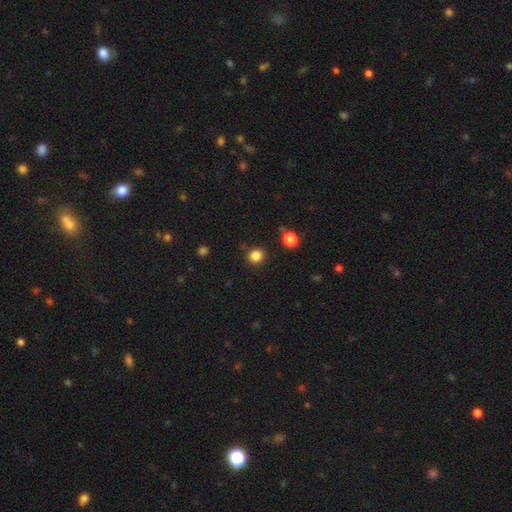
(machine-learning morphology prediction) This appears to be a smooth galaxy with no disk features (83%) that is round (89%). Merging: none (88%).